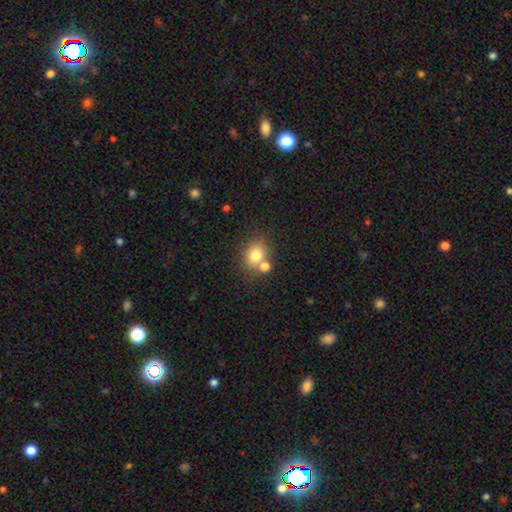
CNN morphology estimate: smooth-or-featured: smooth: 77% | star or artifact: 12% | featured or disk: 11%
  how-rounded: round: 57% | in between: 42% | cigar-shaped: 1%
  merging: none: 59% | merger: 26% | minor disturbance: 11% | major disturbance: 4%